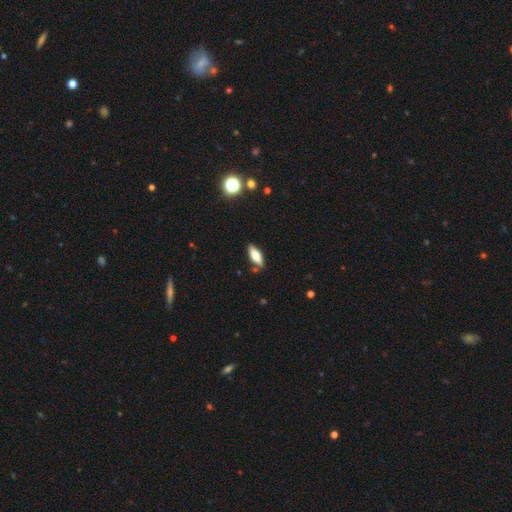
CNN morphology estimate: Smooth or featured? Predicted: smooth (p=0.65). How rounded? Predicted: in between (p=0.67). Merging? Predicted: none (p=0.83).